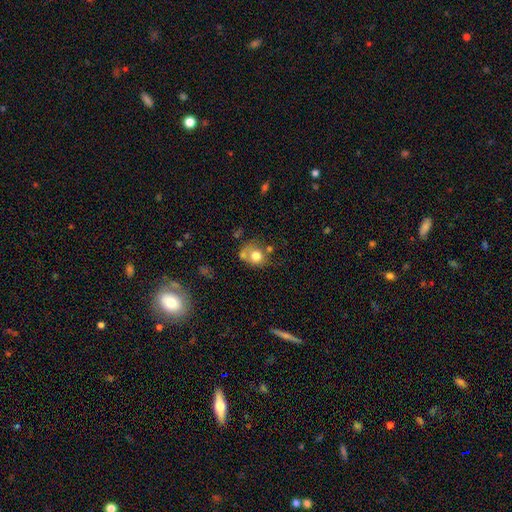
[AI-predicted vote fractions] The model was most divided on "merging": none: 39%, merger: 28%, minor disturbance: 20%, major disturbance: 13%. More confident: smooth or featured — smooth (73%); how rounded — round (70%).